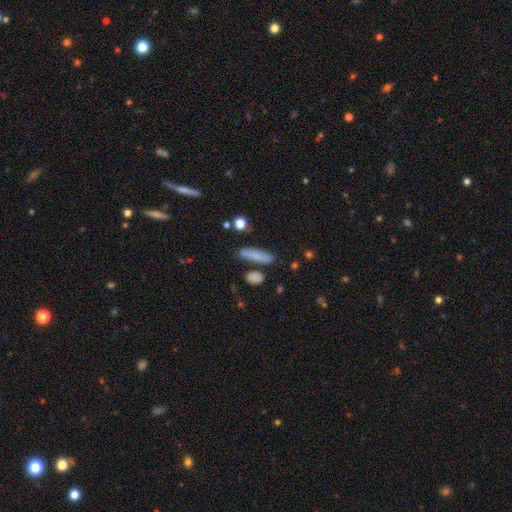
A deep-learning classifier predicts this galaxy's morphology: Smooth or featured?
  - smooth: 79% *
  - featured or disk: 12%
  - star or artifact: 9%
How rounded?
  - cigar-shaped: 77% *
  - in between: 20%
  - round: 3%
Merging?
  - none: 78% *
  - minor disturbance: 12%
  - merger: 6%
  - major disturbance: 4%